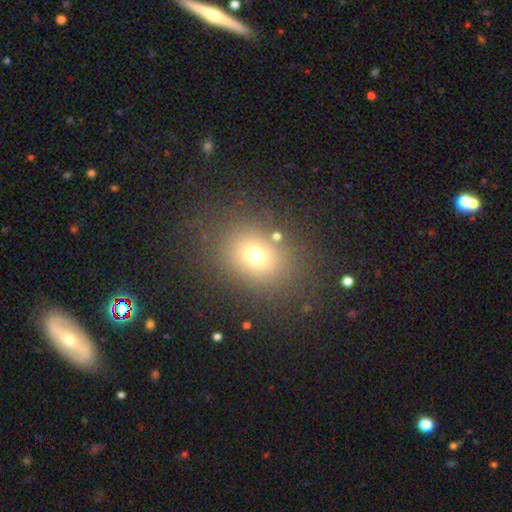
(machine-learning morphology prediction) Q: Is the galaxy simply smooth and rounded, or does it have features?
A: smooth — 69%.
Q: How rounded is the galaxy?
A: round — 56%.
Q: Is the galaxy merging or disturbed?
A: none — 80%.